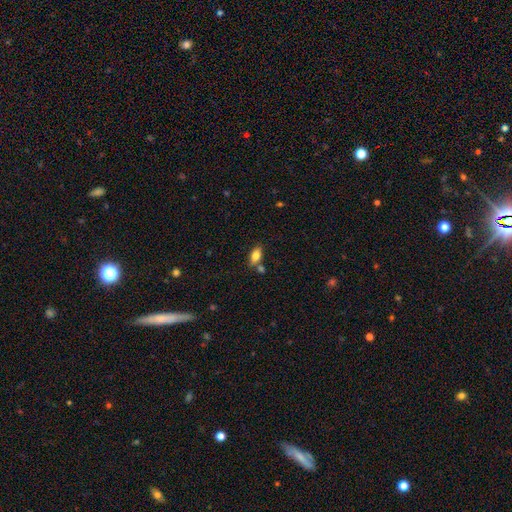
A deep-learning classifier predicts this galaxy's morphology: A smooth galaxy with no disk features (79%) that is in between round and cigar-shaped (88%). Merging: none (69%).